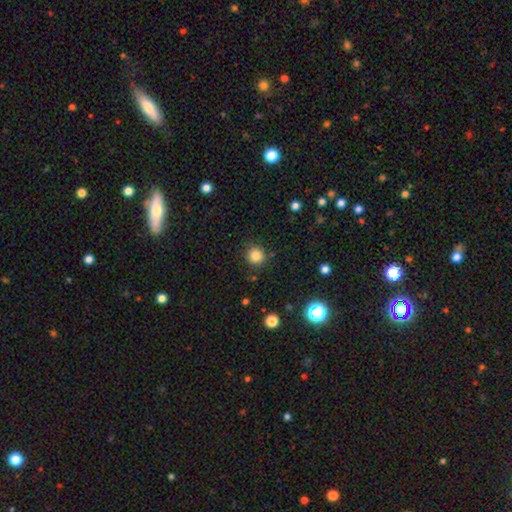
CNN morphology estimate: A smooth galaxy with no disk features (82%) that is round (92%). Merging: none (86%).